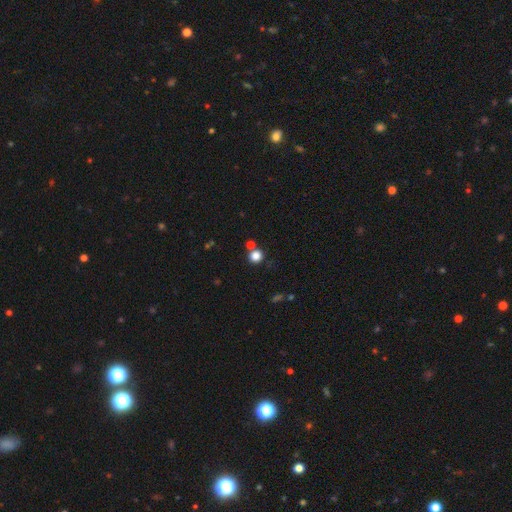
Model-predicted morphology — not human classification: A smooth galaxy with no disk features (81%) that is round (88%). Merging: none (72%).